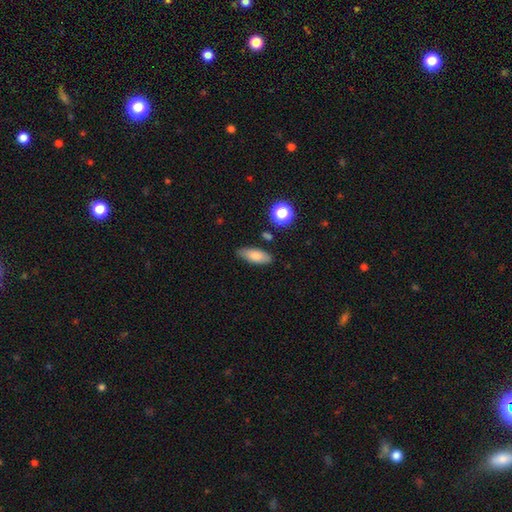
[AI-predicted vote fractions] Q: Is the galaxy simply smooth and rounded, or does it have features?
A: smooth — 79%.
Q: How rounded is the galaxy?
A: in between — 75%.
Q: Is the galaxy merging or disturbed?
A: none — 81%.